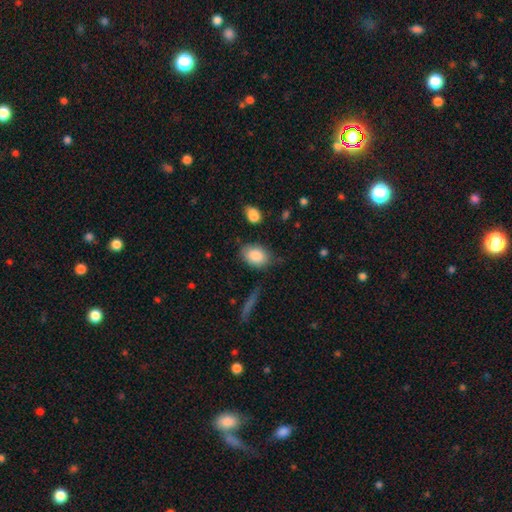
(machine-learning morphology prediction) Smooth or featured?
  - smooth: 86% *
  - star or artifact: 7%
  - featured or disk: 7%
How rounded?
  - in between: 80% *
  - round: 18%
  - cigar-shaped: 2%
Merging?
  - none: 71% *
  - minor disturbance: 20%
  - major disturbance: 5%
  - merger: 4%